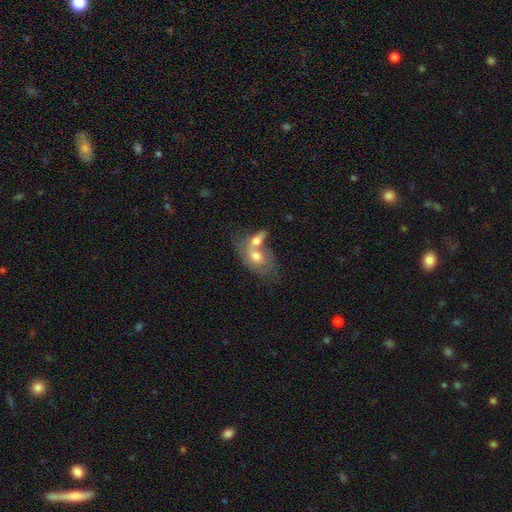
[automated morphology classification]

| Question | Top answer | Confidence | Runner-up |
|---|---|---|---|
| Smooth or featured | smooth | 57% | featured or disk (35%) |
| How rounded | in between | 79% | round (18%) |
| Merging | merger | 64% | none (20%) |